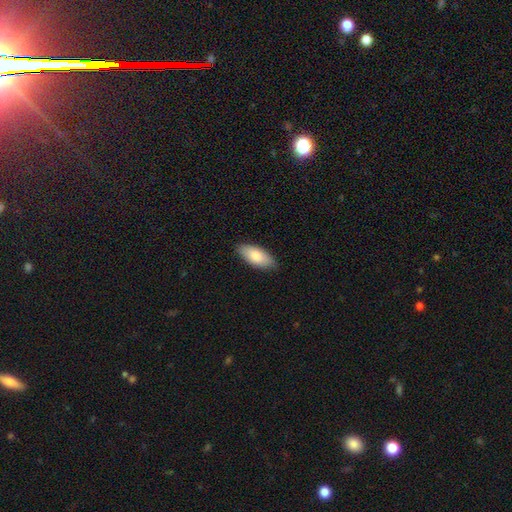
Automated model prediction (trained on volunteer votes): Smooth or featured? Predicted: smooth (p=0.82). How rounded? Predicted: in between (p=0.87). Merging? Predicted: none (p=0.86).